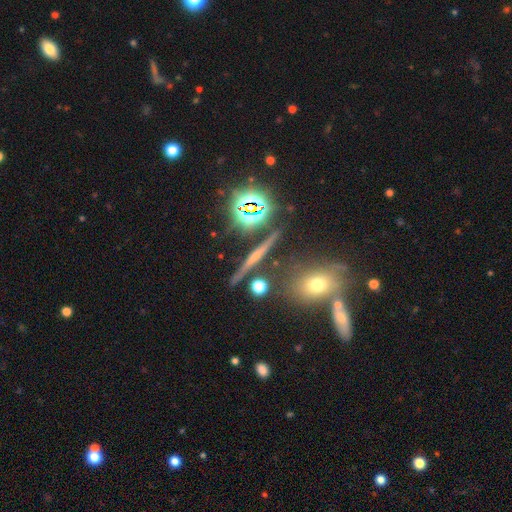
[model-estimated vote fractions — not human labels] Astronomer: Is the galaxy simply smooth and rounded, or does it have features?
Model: featured or disk — 55%.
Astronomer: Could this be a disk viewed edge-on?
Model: yes — 94%.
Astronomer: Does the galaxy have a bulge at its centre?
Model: rounded — 52% (runner-up: none, 36%).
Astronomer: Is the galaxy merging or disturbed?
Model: none — 86%.